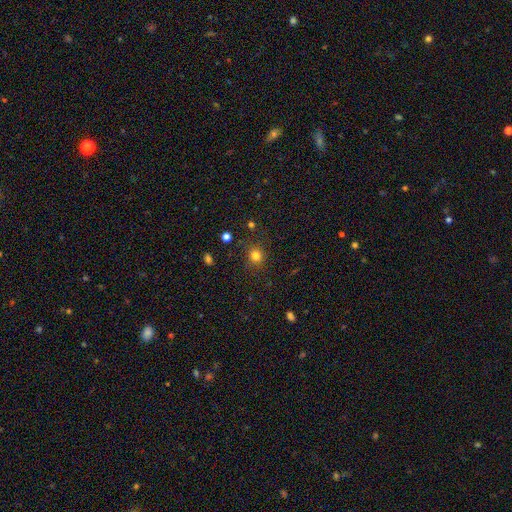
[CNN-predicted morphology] A smooth galaxy with no disk features (79%) that is round (89%).

Vote fractions:
- Smooth or featured? smooth: 79% / star or artifact: 16% / featured or disk: 5%
- How rounded? round: 89% / in between: 10% / cigar-shaped: 1%
- Merging? none: 86% / minor disturbance: 9% / major disturbance: 3% / merger: 2%